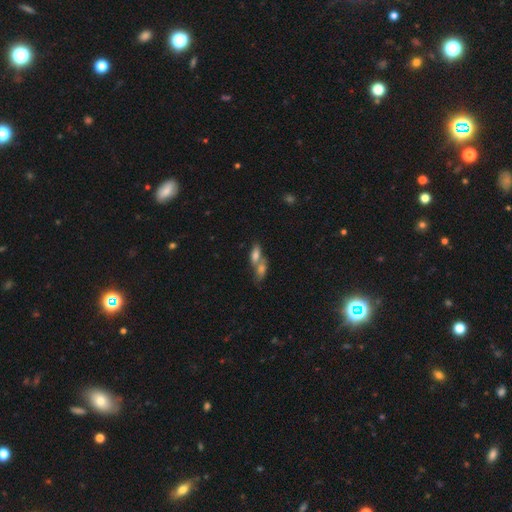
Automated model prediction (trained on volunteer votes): A smooth galaxy with no disk features (70%) that is in between round and cigar-shaped (78%). Merging: merger (66%).